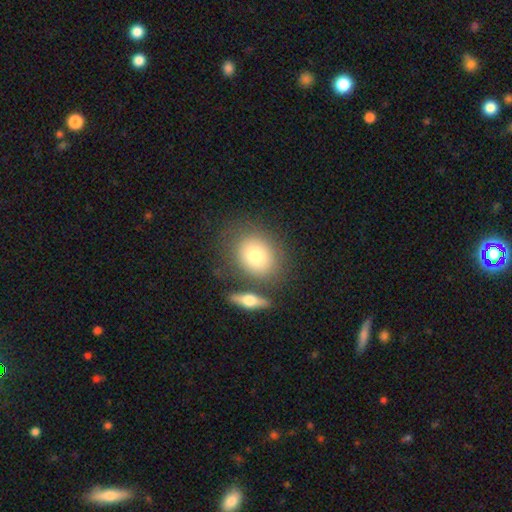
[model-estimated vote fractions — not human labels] smooth-or-featured: smooth: 74% | featured or disk: 18% | star or artifact: 8%
  how-rounded: round: 52% | in between: 46% | cigar-shaped: 2%
  merging: none: 69% | merger: 15% | minor disturbance: 12% | major disturbance: 4%